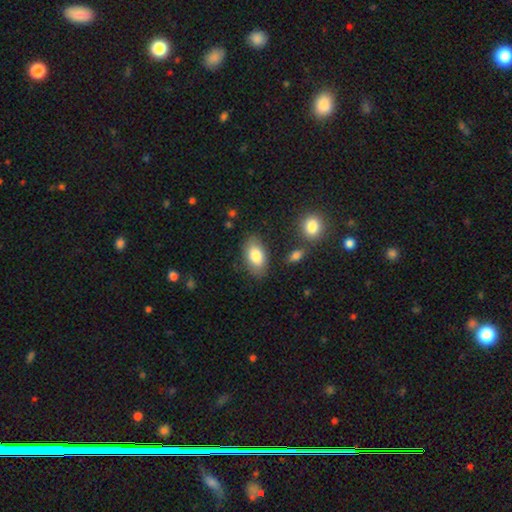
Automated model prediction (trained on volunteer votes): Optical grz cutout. It shows a smooth galaxy with no disk features (81%) that is in between round and cigar-shaped (92%). Merging: none (80%).